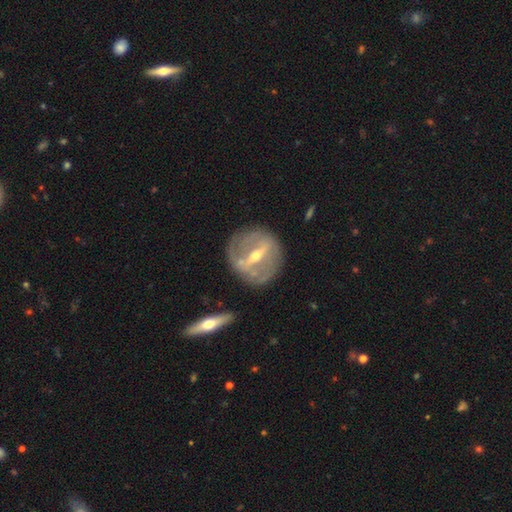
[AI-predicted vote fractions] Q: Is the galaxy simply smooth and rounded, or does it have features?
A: featured or disk — 79%.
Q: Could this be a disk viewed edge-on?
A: no — 78%.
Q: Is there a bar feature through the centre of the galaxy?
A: strong — 70%.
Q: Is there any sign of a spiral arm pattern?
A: no — 58%.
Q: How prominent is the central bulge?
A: moderate — 57%.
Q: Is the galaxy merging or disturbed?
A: none — 77%.